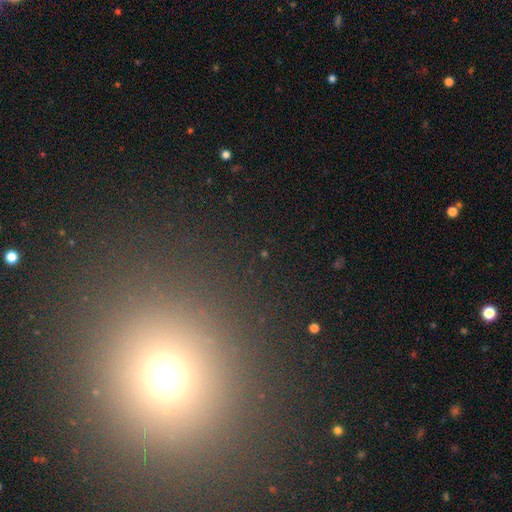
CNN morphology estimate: Smooth or featured? smooth (54%)
How rounded? round (86%)
Merging? none (88%)